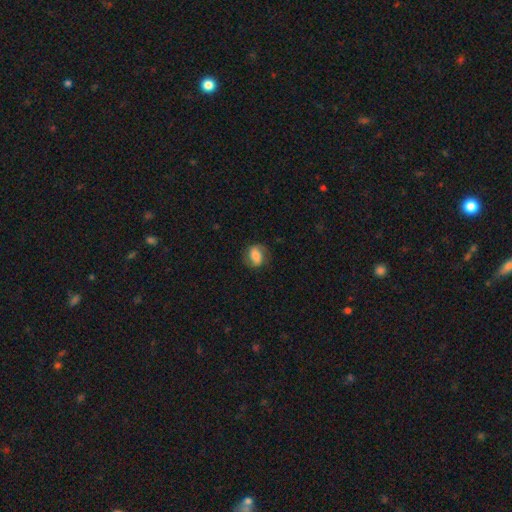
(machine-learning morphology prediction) type=smooth (63%); roundness=in between (67%); merging=none (74%).